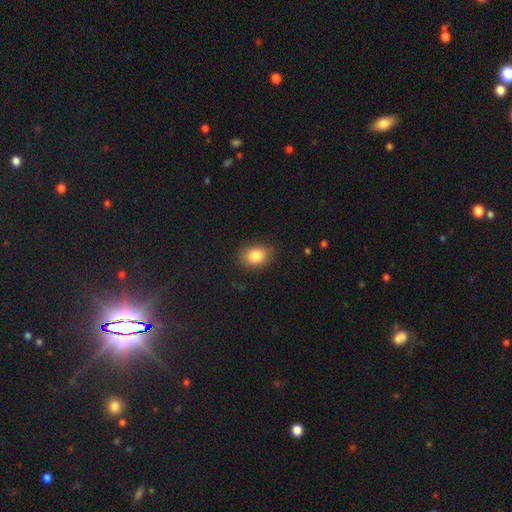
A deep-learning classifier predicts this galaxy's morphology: smooth 85%, star or artifact 9%, featured or disk 6%. Down the decision tree: how rounded — in between (69%); merging — none (83%).